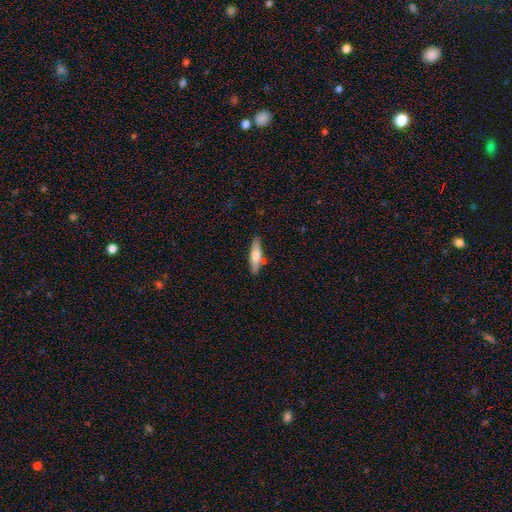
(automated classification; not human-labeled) A smooth galaxy with no disk features (61%) that is cigar-shaped (66%). Merging: none (79%).